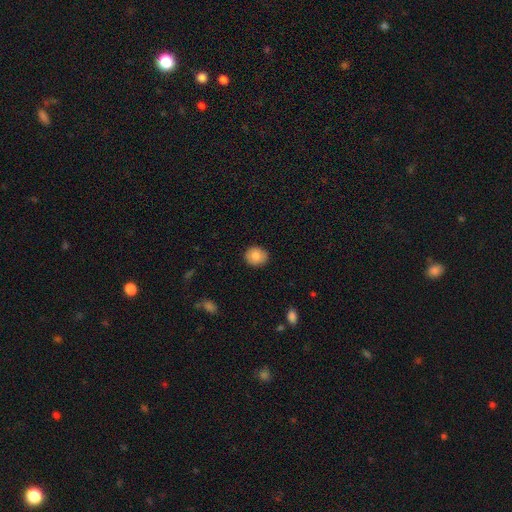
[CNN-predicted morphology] Smooth or featured? Predicted: smooth (p=0.81). How rounded? Predicted: round (p=0.78). Merging? Predicted: none (p=0.89).